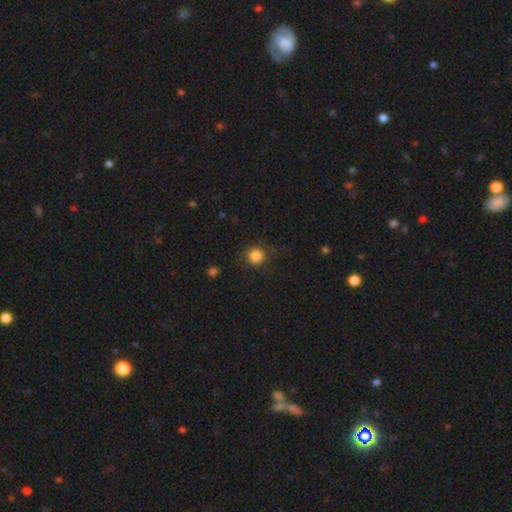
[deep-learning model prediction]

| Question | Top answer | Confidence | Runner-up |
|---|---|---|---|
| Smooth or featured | smooth | 85% | star or artifact (11%) |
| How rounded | round | 93% | in between (6%) |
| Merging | none | 86% | minor disturbance (9%) |